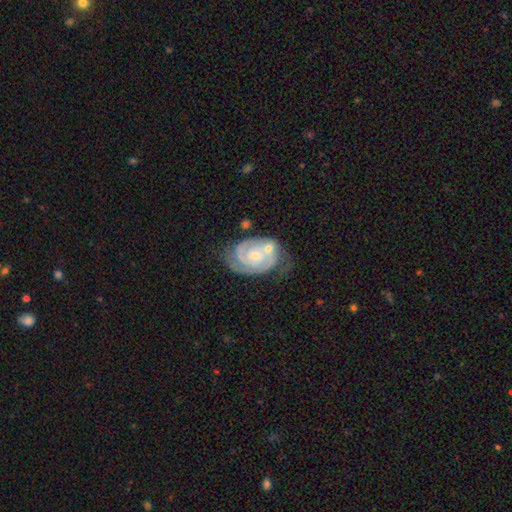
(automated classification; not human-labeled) featured or disk 87%, smooth 8%, star or artifact 5%. Down the decision tree: edge-on disk — no (97%); bar — no (65%); spiral arms — yes (97%); spiral arm count — 2 (74%); spiral winding — tight (69%); bulge size — small (61%); merging — none (53%).